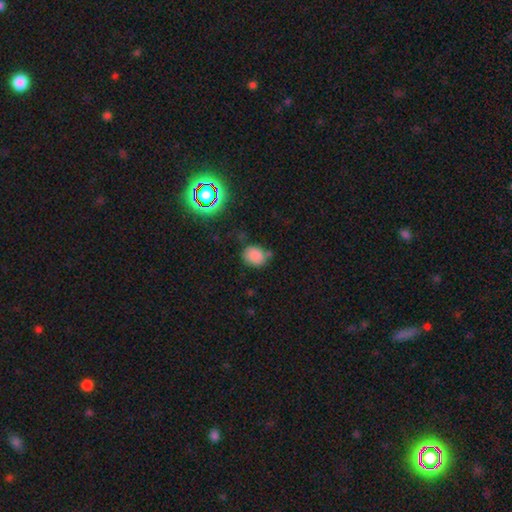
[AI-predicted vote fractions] Smooth or featured: smooth — 80% (star or artifact — 14%)
How rounded: round — 60% (in between — 39%)
Merging: none — 64% (minor disturbance — 24%)